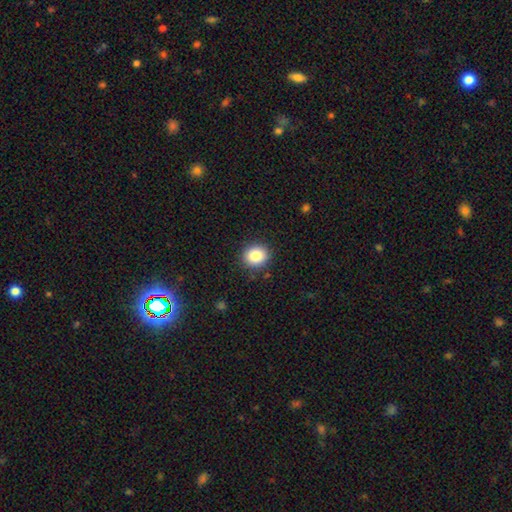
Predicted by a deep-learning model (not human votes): This is clearly a smooth galaxy (84%). How rounded: likely round (79%). Merging: clearly none (90%).